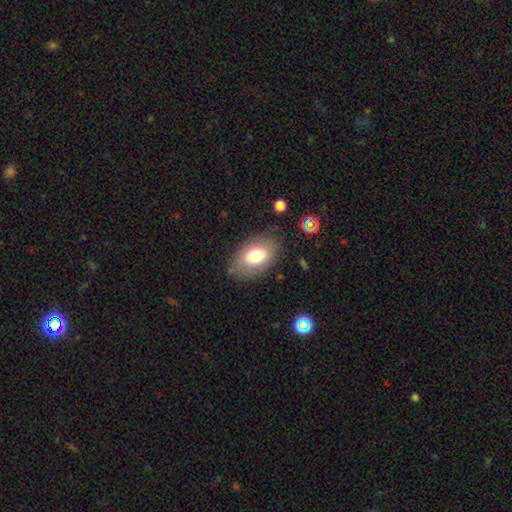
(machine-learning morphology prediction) Overall: smooth (74%). How rounded: in between (87%). Merging: none (79%).